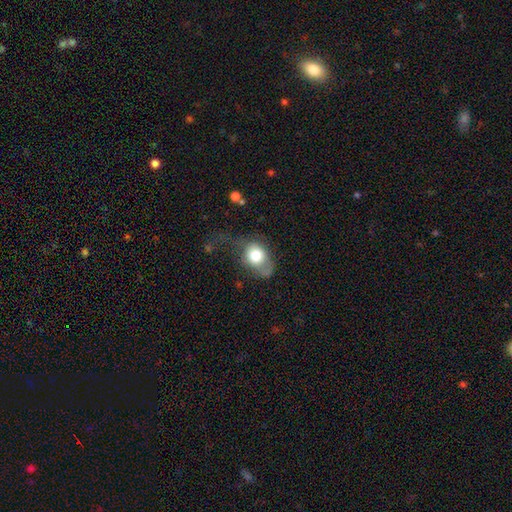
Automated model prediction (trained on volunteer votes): Morphology: type=smooth (72%); roundness=in between (63%); merging=major disturbance (38%).